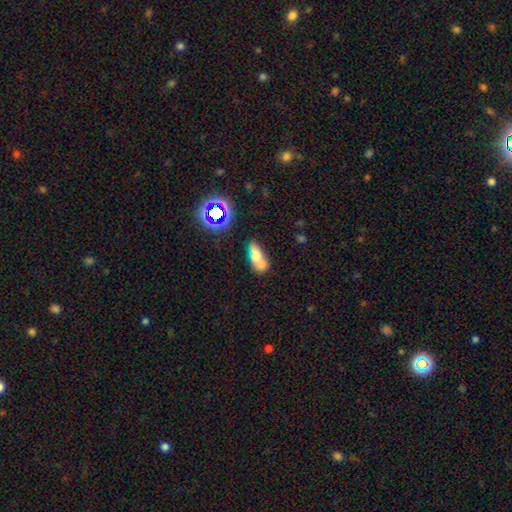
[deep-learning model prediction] smooth-or-featured: smooth: 56% | featured or disk: 28% | star or artifact: 16%
  how-rounded: in between: 72% | cigar-shaped: 16% | round: 12%
  merging: merger: 41% | none: 30% | minor disturbance: 17% | major disturbance: 12%